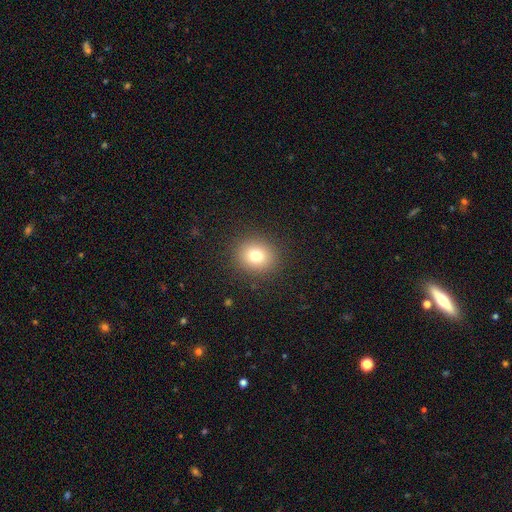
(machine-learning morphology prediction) smooth 77%, star or artifact 13%, featured or disk 10%. Down the decision tree: how rounded — round (78%); merging — none (89%).